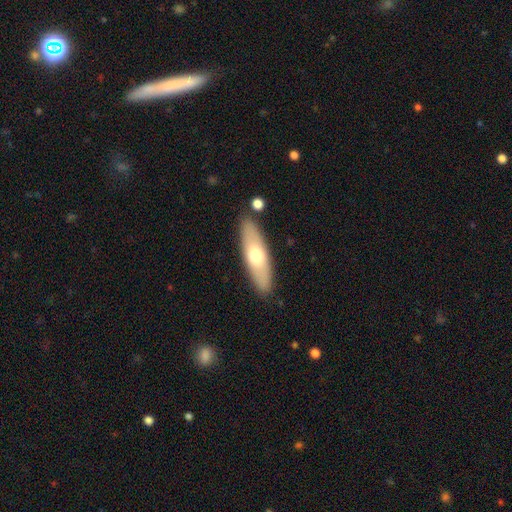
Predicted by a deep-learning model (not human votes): Smooth or featured: smooth — 59% (featured or disk — 35%)
How rounded: cigar-shaped — 56% (in between — 42%)
Merging: none — 85% (minor disturbance — 10%)